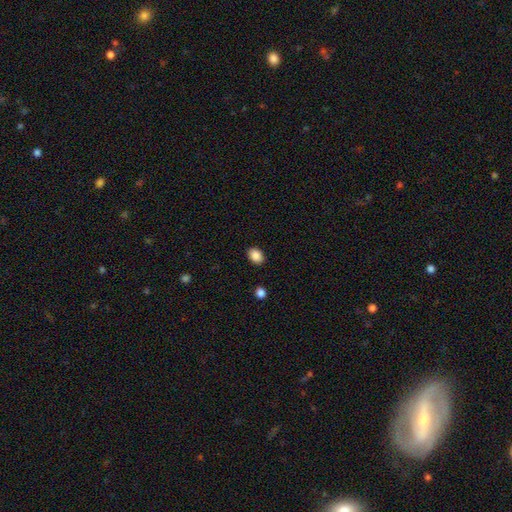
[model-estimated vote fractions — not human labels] A smooth galaxy with no disk features (88%) that is in between round and cigar-shaped (70%). Merging: none (89%).